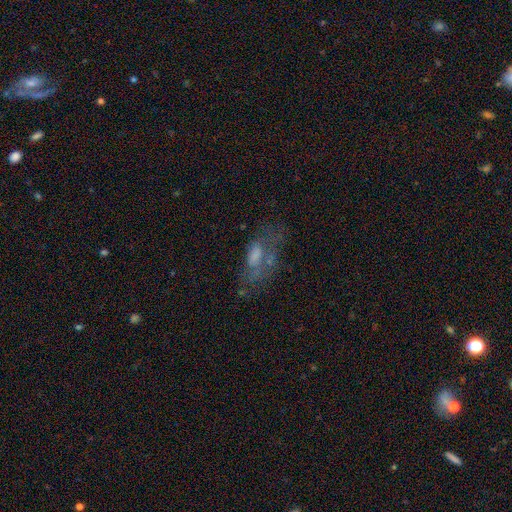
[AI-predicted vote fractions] The model was most divided on "smooth or featured": featured or disk: 44%, smooth: 39%, star or artifact: 17%. Remaining: merging — none (43%).